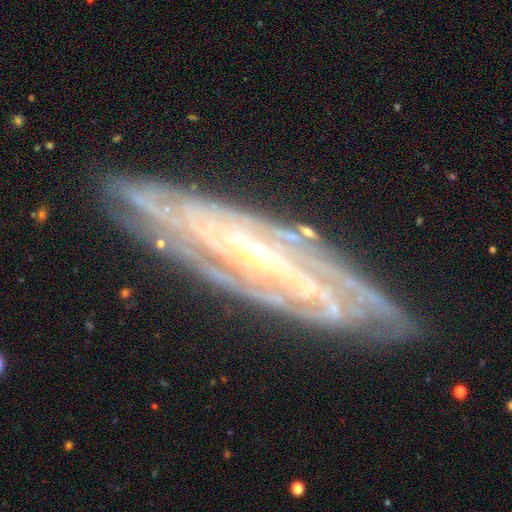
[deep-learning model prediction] Overall: featured or disk (86%). Edge-on disk: no (68%; yes 32%). Bar: no (40%; weak 31%). Spiral arms: yes (95%). Spiral arm count: can't tell (38%; 2 20%). Spiral winding: tight (71%). Bulge size: small (77%). Merging: none (83%).